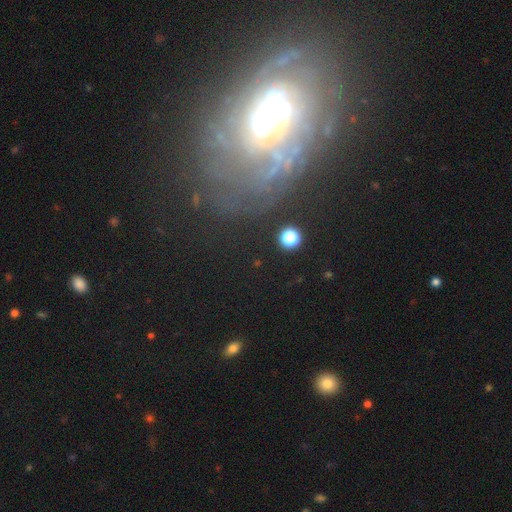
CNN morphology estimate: type=featured or disk (75%); edge-on=no (93%); bar=no (55%); spiral arms=yes (78%); winding=tight (68%); arm count=can't tell (48%); bulge=moderate (44%); merging=none (70%).